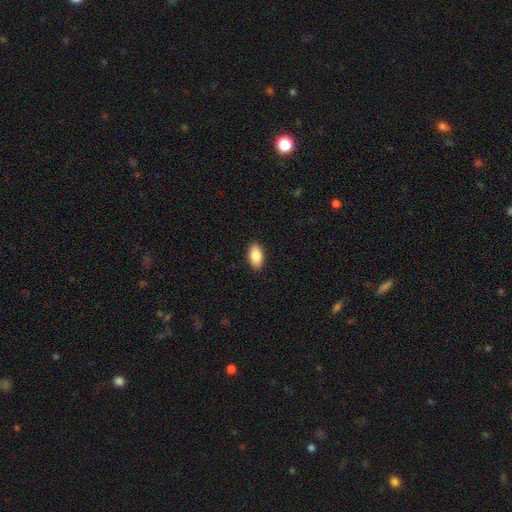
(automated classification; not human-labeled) Smooth or featured? smooth (85%)
How rounded? in between (93%)
Merging? none (90%)